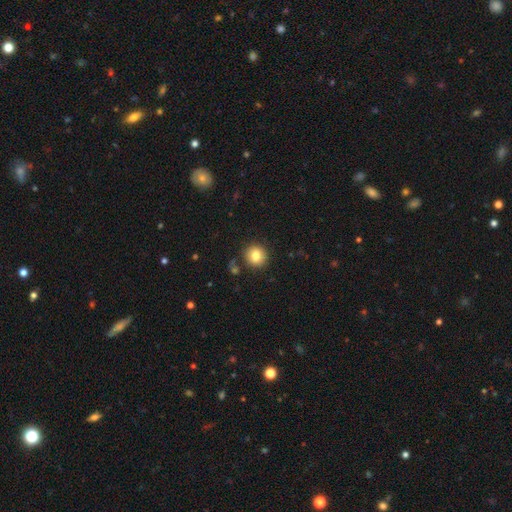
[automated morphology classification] smooth-or-featured: smooth: 82% | star or artifact: 10% | featured or disk: 8%
  how-rounded: round: 87% | in between: 12% | cigar-shaped: 1%
  merging: none: 86% | minor disturbance: 8% | merger: 3% | major disturbance: 3%